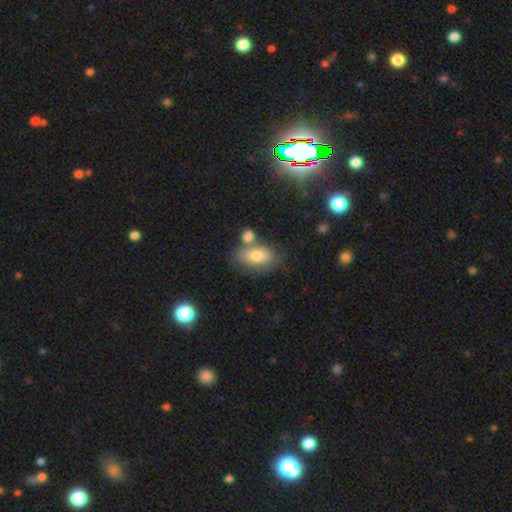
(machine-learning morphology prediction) smooth 74%, featured or disk 18%, star or artifact 7%. Down the decision tree: how rounded — in between (90%); merging — none (51%).